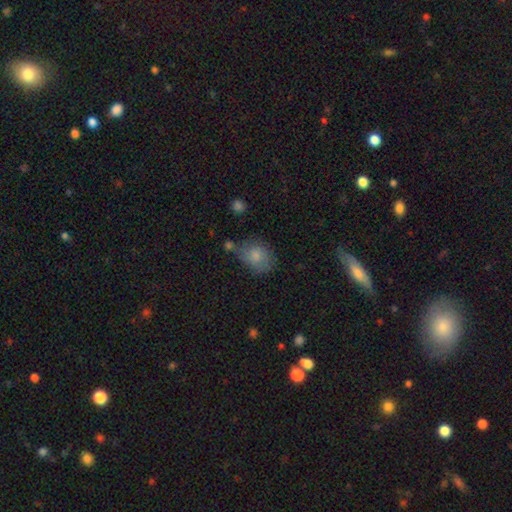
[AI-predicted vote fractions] Q: Smooth or featured?
A: smooth (77%); runner-up: featured or disk (15%)
Q: How rounded?
A: in between (60%); runner-up: round (39%)
Q: Merging?
A: none (49%); runner-up: minor disturbance (28%)